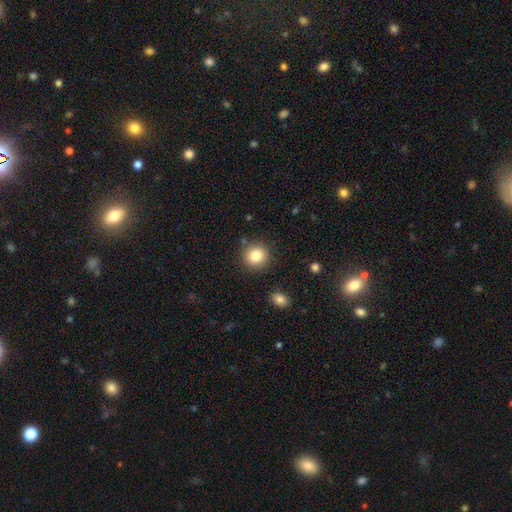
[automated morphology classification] A smooth galaxy with no disk features (83%) that is round (92%).

Vote fractions:
- Smooth or featured? smooth: 83% / star or artifact: 10% / featured or disk: 7%
- How rounded? round: 92% / in between: 7% / cigar-shaped: 1%
- Merging? none: 87% / minor disturbance: 8% / merger: 3% / major disturbance: 3%